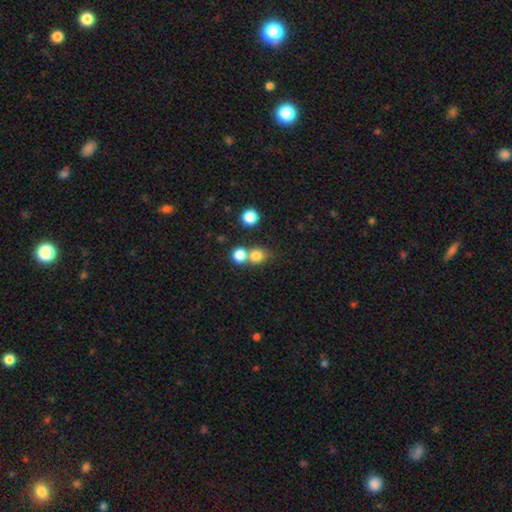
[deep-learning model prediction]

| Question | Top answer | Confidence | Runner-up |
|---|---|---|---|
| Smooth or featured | smooth | 79% | star or artifact (13%) |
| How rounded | round | 80% | in between (19%) |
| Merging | none | 47% | merger (43%) |